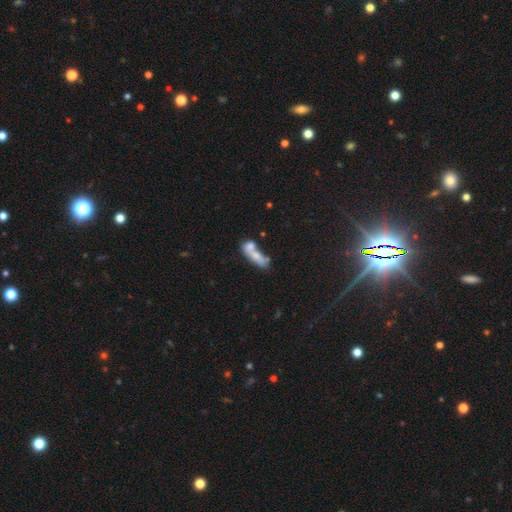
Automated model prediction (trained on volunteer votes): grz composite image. It shows a smooth galaxy with no disk features (62%) that is in between round and cigar-shaped (53%). Merging: merger (55%).